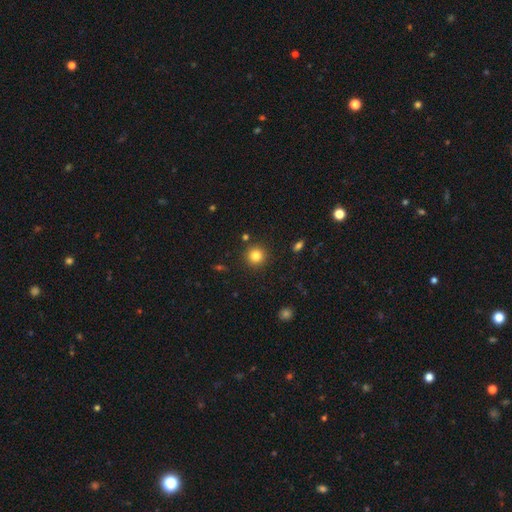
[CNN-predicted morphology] Q: Smooth or featured?
A: smooth (81%); runner-up: star or artifact (12%)
Q: How rounded?
A: round (95%); runner-up: in between (5%)
Q: Merging?
A: none (90%); runner-up: minor disturbance (6%)